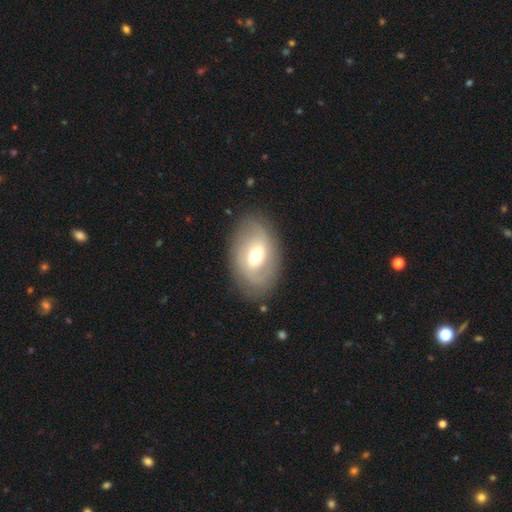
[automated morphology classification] featured or disk 58%, smooth 34%, star or artifact 7%. Down the decision tree: edge-on disk — no (93%); bar — weak (47%); spiral arms — yes (62%); bulge size — moderate (65%); merging — none (81%).